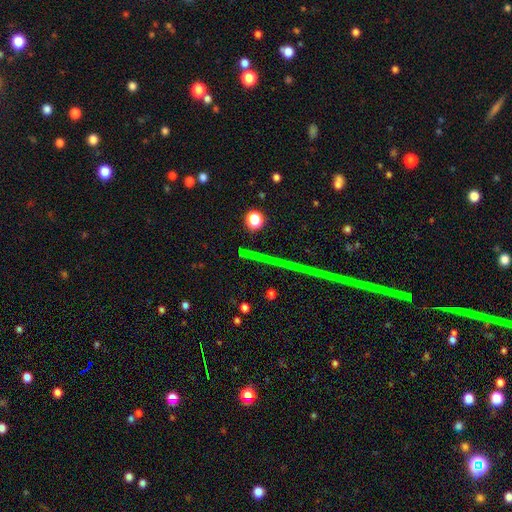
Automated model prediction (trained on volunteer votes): Morphology: type=star or artifact (72%).